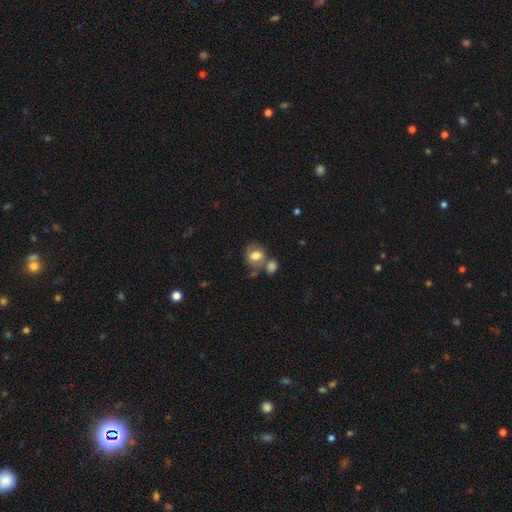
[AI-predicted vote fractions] This appears to be a smooth galaxy with no disk features (73%) that is round (50%). Merging: none (47%).